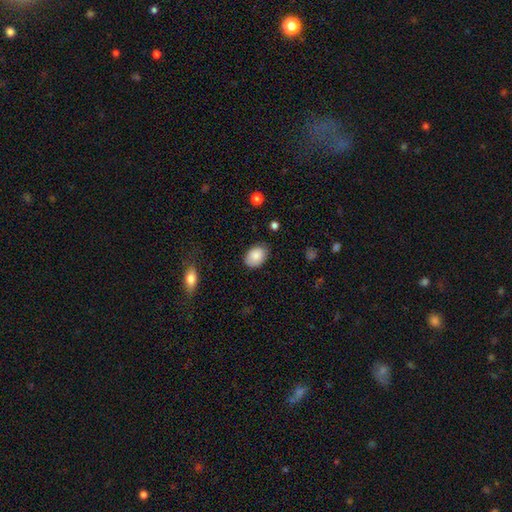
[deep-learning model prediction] A smooth galaxy with no disk features (88%) that is in between round and cigar-shaped (83%). Merging: none (81%).